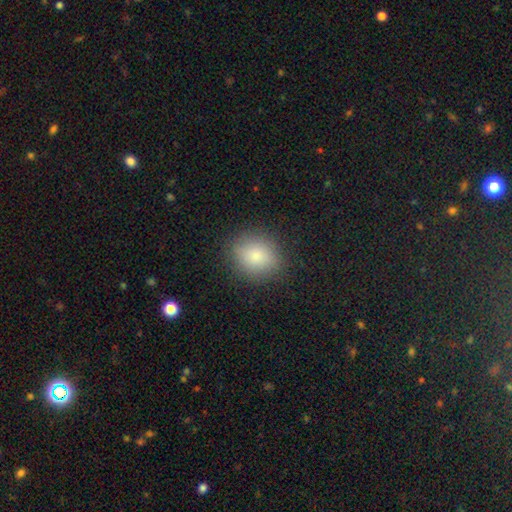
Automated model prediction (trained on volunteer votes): Smooth or featured?
  - smooth: 82% *
  - star or artifact: 10%
  - featured or disk: 8%
How rounded?
  - round: 63% *
  - in between: 36%
  - cigar-shaped: 1%
Merging?
  - none: 86% *
  - minor disturbance: 10%
  - major disturbance: 3%
  - merger: 1%